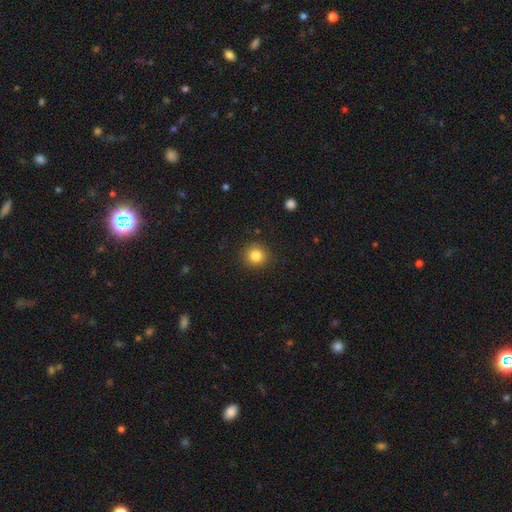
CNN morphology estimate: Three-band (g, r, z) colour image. It shows a smooth galaxy with no disk features (84%) that is round (91%). Merging: none (89%).